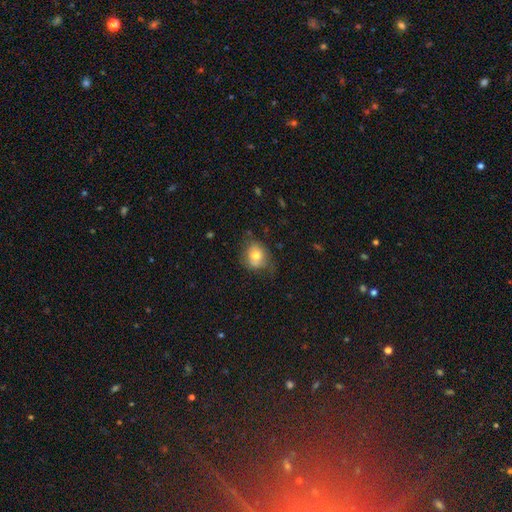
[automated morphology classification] Smooth or featured? smooth (72%)
How rounded? round (60%)
Merging? none (60%)